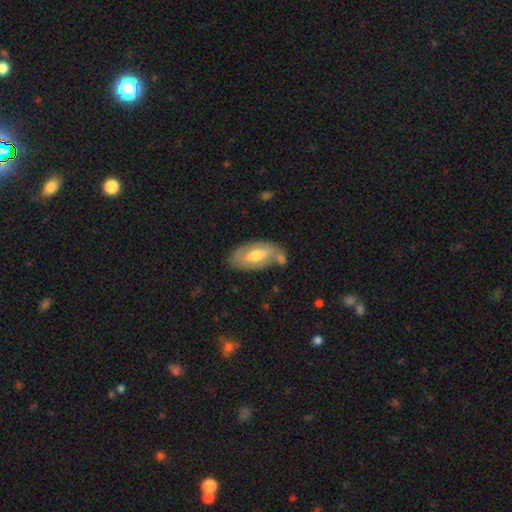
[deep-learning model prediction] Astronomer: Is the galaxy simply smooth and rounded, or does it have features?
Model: featured or disk — 53% (runner-up: smooth, 41%).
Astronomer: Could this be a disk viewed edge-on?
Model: no — 86%.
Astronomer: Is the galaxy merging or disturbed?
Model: none — 61%.